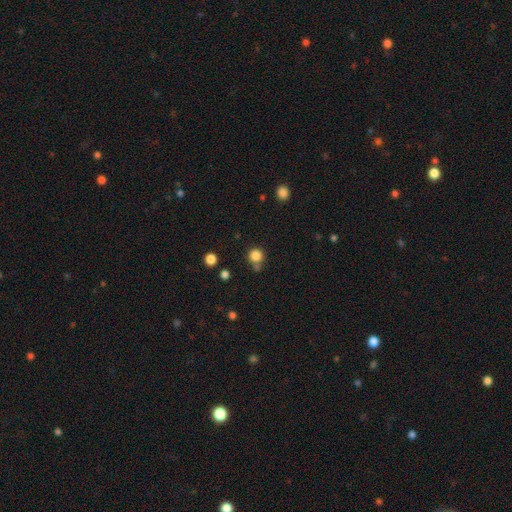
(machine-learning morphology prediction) Smooth or featured: smooth — 84% (star or artifact — 12%)
How rounded: round — 93% (in between — 6%)
Merging: none — 72% (merger — 13%)